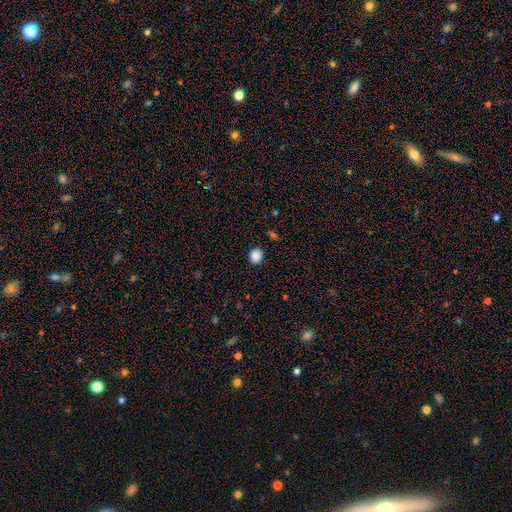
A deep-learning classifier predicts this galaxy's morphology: Smooth or featured: smooth — 87% (star or artifact — 10%)
How rounded: round — 75% (in between — 24%)
Merging: none — 89% (minor disturbance — 7%)